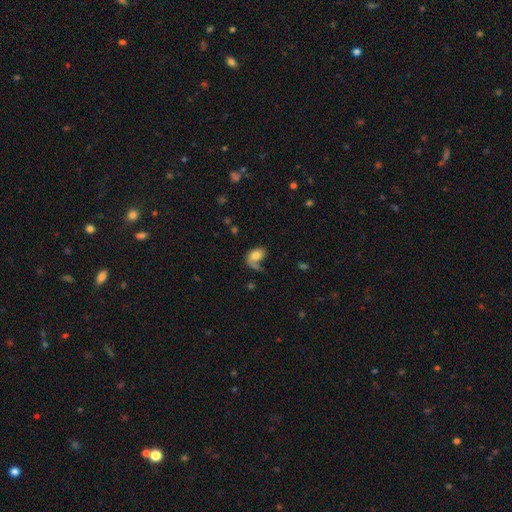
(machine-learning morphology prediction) Overall: smooth (61%; featured or disk 30%). How rounded: in between (83%). Merging: none (39%; major disturbance 30%).